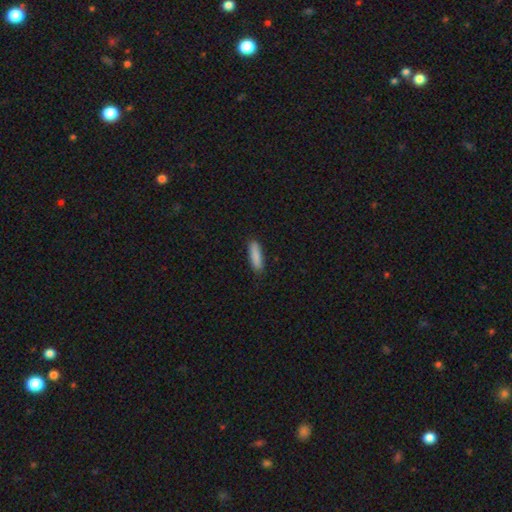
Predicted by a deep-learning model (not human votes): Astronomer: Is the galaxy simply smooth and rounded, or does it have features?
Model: smooth — 88%.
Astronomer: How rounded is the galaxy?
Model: cigar-shaped — 62%.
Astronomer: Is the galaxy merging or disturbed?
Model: none — 87%.